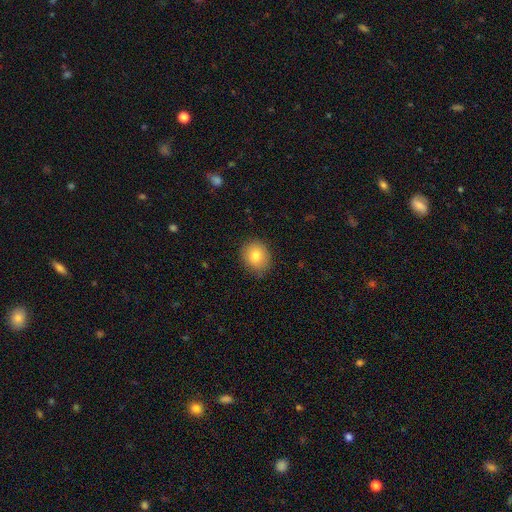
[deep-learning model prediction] This appears to be a smooth galaxy with no disk features (81%) that is round (72%). Merging: none (81%).